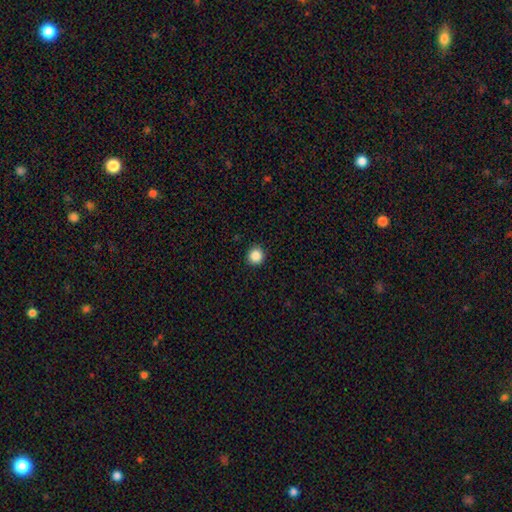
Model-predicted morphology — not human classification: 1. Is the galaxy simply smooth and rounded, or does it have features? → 87% smooth, 10% star or artifact, 3% featured or disk.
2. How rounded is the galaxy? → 95% round, 4% in between, 1% cigar-shaped.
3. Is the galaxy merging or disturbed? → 92% none, 5% minor disturbance, 2% major disturbance, 1% merger.